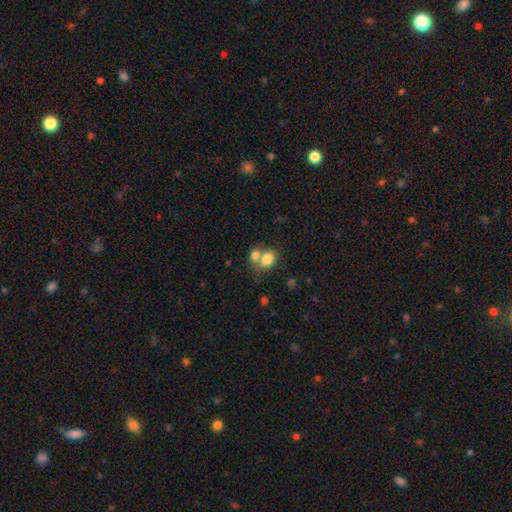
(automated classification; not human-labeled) Q: Smooth or featured?
A: smooth (79%); runner-up: featured or disk (11%)
Q: How rounded?
A: round (56%); runner-up: in between (43%)
Q: Merging?
A: merger (48%); runner-up: none (40%)